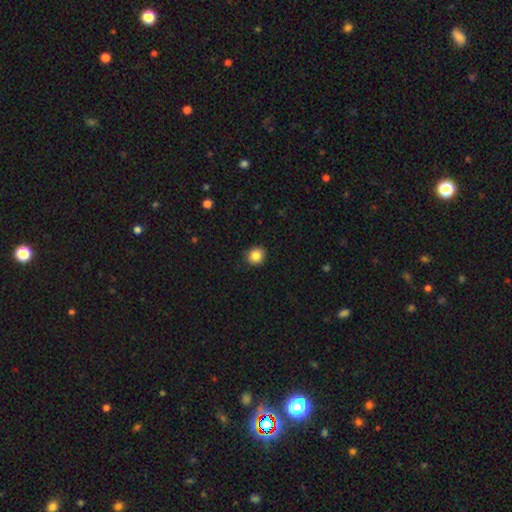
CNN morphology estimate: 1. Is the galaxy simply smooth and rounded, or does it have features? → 85% smooth, 10% star or artifact, 5% featured or disk.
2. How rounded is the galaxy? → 85% round, 14% in between, 1% cigar-shaped.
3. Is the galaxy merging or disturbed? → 89% none, 8% minor disturbance, 2% major disturbance, 1% merger.